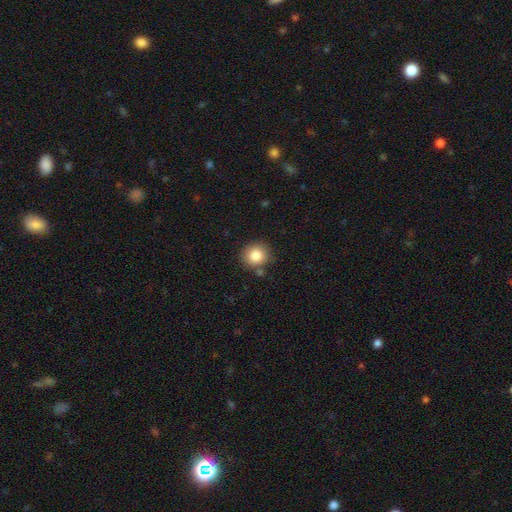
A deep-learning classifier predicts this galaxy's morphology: type=smooth (83%); roundness=round (88%); merging=none (82%).